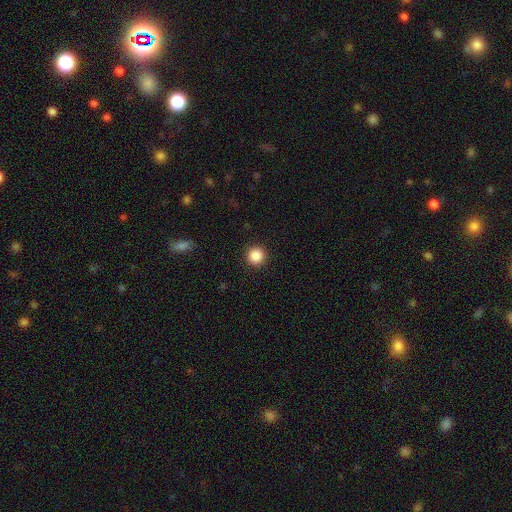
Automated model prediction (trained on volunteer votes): Smooth or featured? smooth (88%)
How rounded? round (95%)
Merging? none (92%)